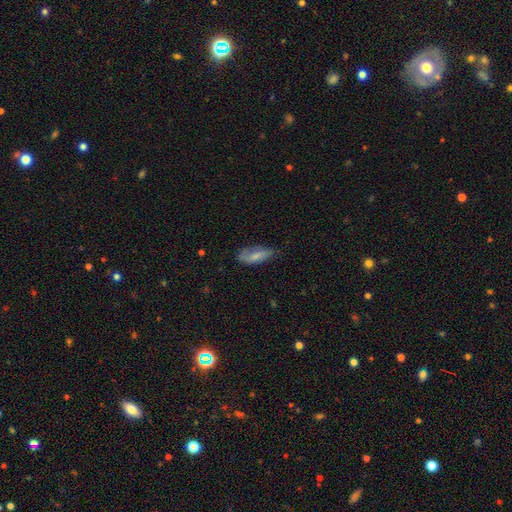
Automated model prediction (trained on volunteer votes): A smooth galaxy with no disk features (67%) that is in between round and cigar-shaped (77%).

Vote fractions:
- Smooth or featured? smooth: 67% / featured or disk: 26% / star or artifact: 7%
- How rounded? in between: 77% / cigar-shaped: 21% / round: 2%
- Merging? none: 50% / minor disturbance: 35% / major disturbance: 13% / merger: 2%